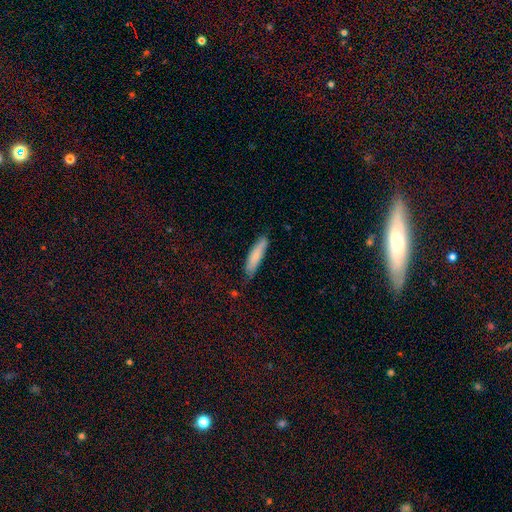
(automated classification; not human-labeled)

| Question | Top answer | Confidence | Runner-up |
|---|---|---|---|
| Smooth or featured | smooth | 76% | featured or disk (18%) |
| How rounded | cigar-shaped | 76% | in between (22%) |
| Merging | none | 72% | minor disturbance (22%) |